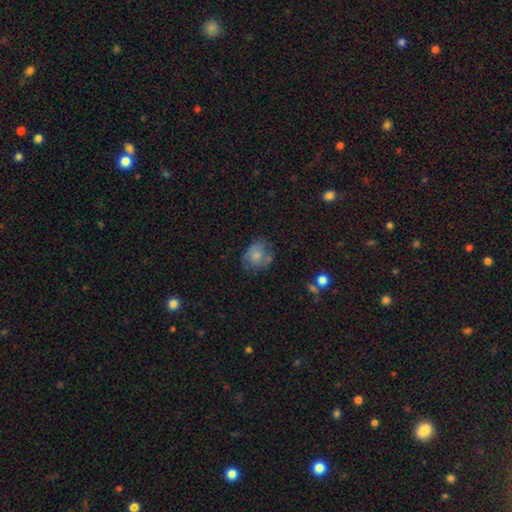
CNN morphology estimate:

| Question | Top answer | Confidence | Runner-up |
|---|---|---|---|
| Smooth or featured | smooth | 62% | featured or disk (28%) |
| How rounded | round | 61% | in between (38%) |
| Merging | none | 60% | minor disturbance (26%) |